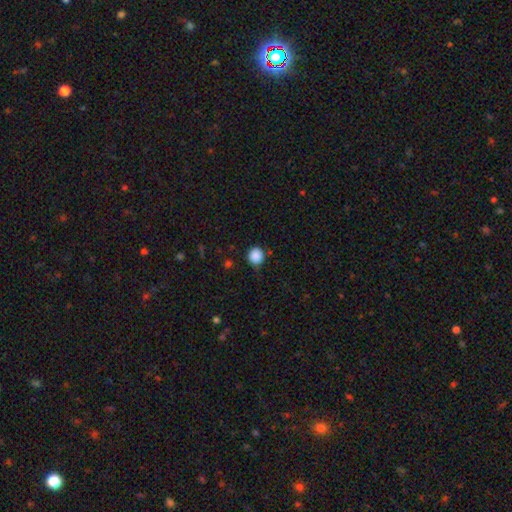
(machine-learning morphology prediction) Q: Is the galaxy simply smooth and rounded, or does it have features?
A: smooth — 88%.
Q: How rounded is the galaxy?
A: round — 88%.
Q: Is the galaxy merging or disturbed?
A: none — 82%.